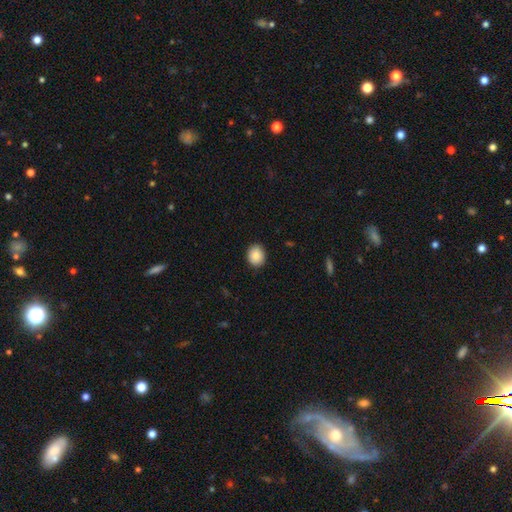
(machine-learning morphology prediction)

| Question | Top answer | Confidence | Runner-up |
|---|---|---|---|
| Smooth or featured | smooth | 89% | star or artifact (8%) |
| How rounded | round | 58% | in between (41%) |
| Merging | none | 89% | minor disturbance (8%) |